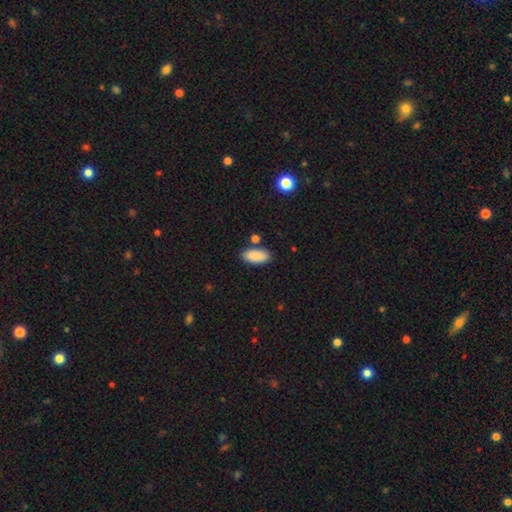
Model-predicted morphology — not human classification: This is clearly a smooth galaxy (89%). How rounded: clearly in between (90%). Merging: clearly none (82%).